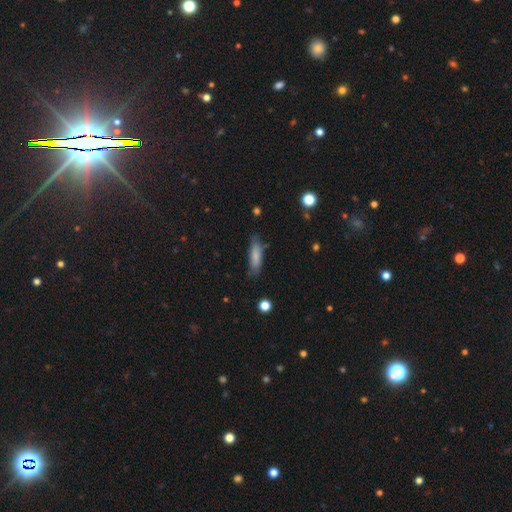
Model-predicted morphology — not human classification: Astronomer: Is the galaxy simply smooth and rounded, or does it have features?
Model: smooth — 79%.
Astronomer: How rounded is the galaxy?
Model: cigar-shaped — 58% (runner-up: in between, 41%).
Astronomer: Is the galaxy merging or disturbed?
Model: none — 77%.